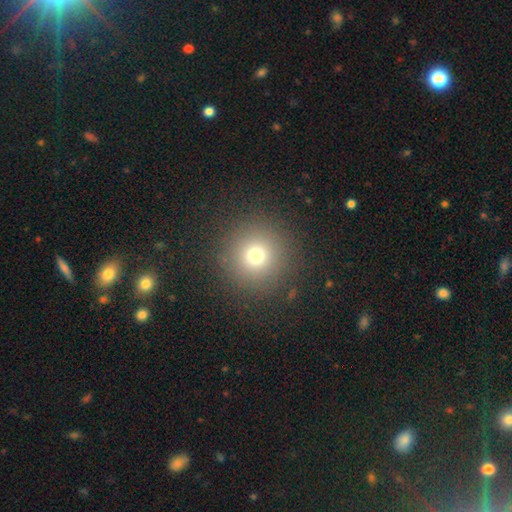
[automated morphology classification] smooth 73%, star or artifact 18%, featured or disk 9%. Down the decision tree: how rounded — round (96%); merging — none (90%).